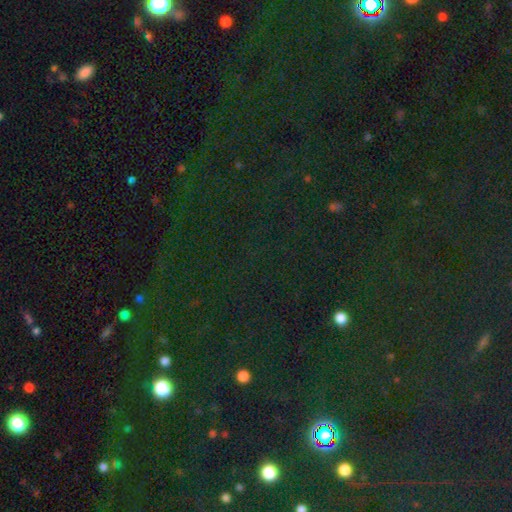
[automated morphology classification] Overall: star or artifact (80%).